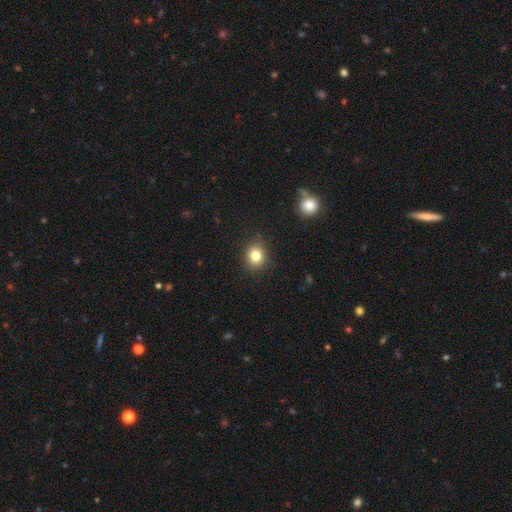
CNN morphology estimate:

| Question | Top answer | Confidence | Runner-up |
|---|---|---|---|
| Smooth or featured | smooth | 81% | star or artifact (12%) |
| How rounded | round | 77% | in between (22%) |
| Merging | none | 87% | minor disturbance (9%) |